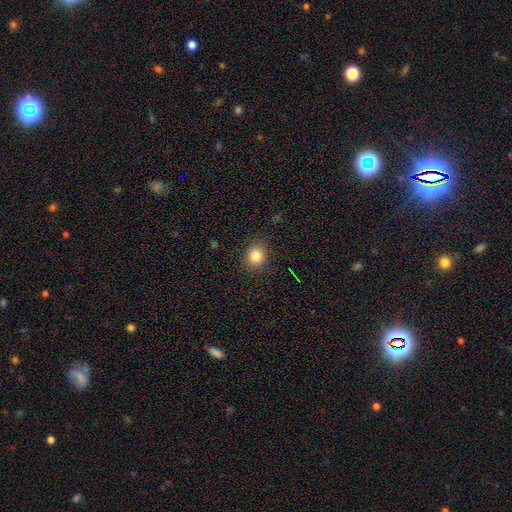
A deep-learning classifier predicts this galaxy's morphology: smooth 82%, star or artifact 11%, featured or disk 6%. Down the decision tree: how rounded — round (67%); merging — none (87%).